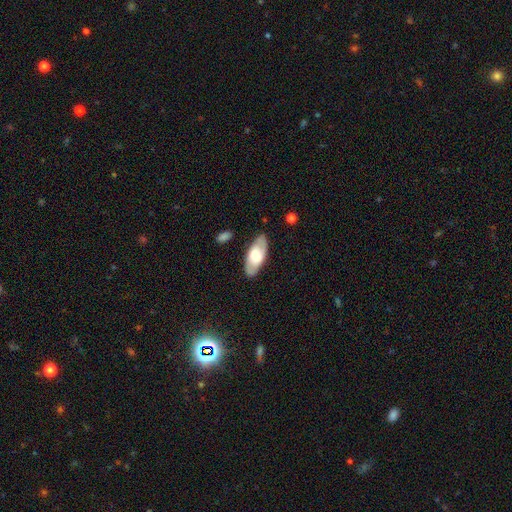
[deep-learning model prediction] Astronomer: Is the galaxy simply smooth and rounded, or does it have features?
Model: smooth — 50% (runner-up: featured or disk, 44%).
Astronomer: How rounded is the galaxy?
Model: in between — 87%.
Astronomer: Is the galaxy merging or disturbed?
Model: none — 84%.